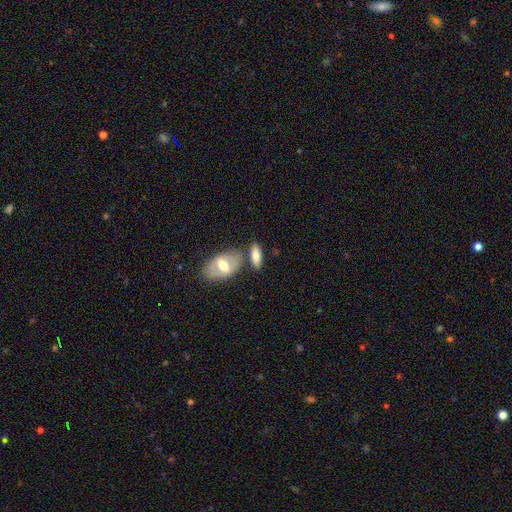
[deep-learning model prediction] This is likely a smooth galaxy (65%). How rounded: likely in between (77%). Merging: likely none (63%).